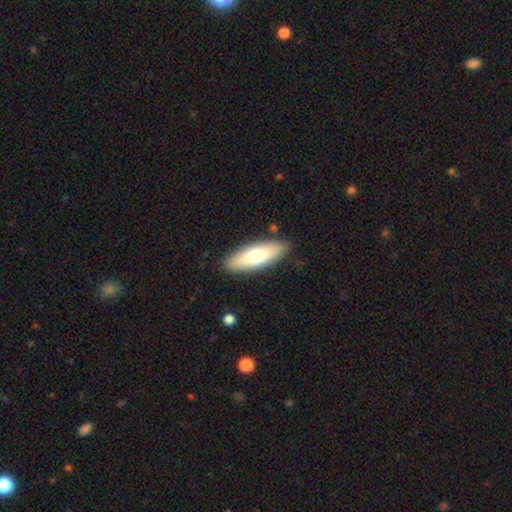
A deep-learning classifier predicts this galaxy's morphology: smooth_or_featured: smooth (p=0.71) [alt: featured or disk p=0.24]
how_rounded: in between (p=0.63) [alt: cigar-shaped p=0.35]
merging: none (p=0.88) [alt: minor disturbance p=0.09]